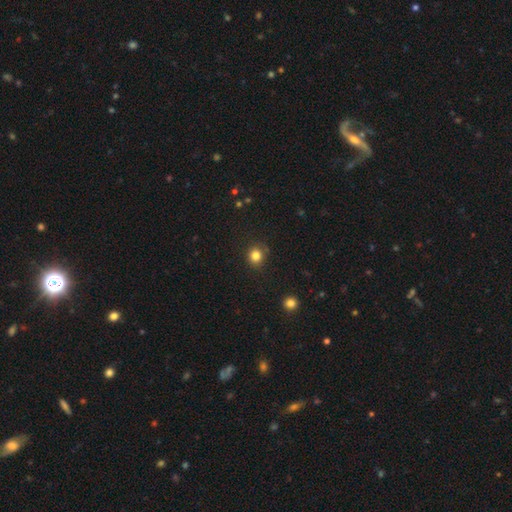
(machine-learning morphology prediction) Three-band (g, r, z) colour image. It shows a smooth galaxy with no disk features (83%) that is round (86%). Merging: none (87%).